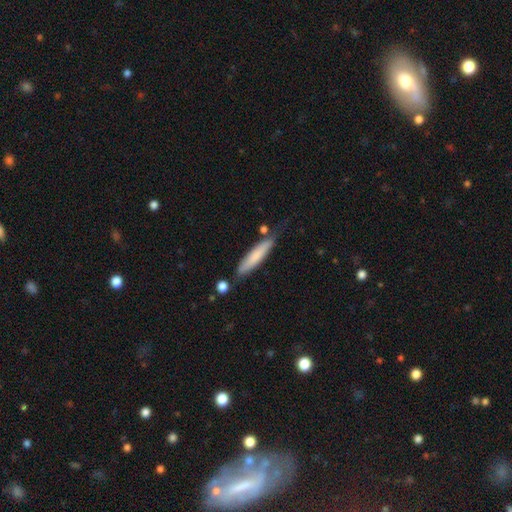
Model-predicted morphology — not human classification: type=smooth (73%); roundness=cigar-shaped (87%); merging=none (70%).